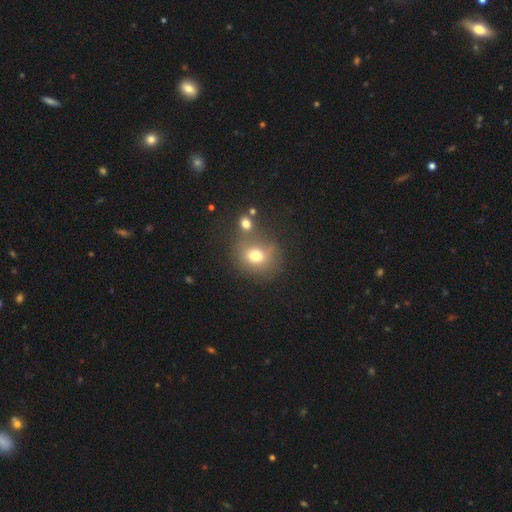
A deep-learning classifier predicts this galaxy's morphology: smooth-or-featured: smooth: 72% | star or artifact: 15% | featured or disk: 13%
  how-rounded: round: 76% | in between: 23% | cigar-shaped: 1%
  merging: none: 54% | merger: 24% | minor disturbance: 15% | major disturbance: 7%